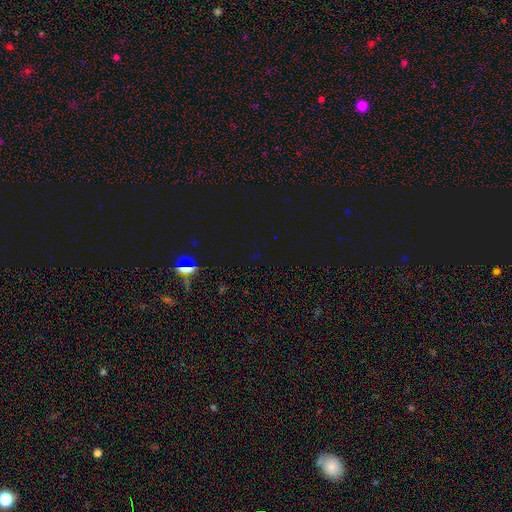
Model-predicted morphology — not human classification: Q: Smooth or featured?
A: star or artifact (79%); runner-up: smooth (14%)